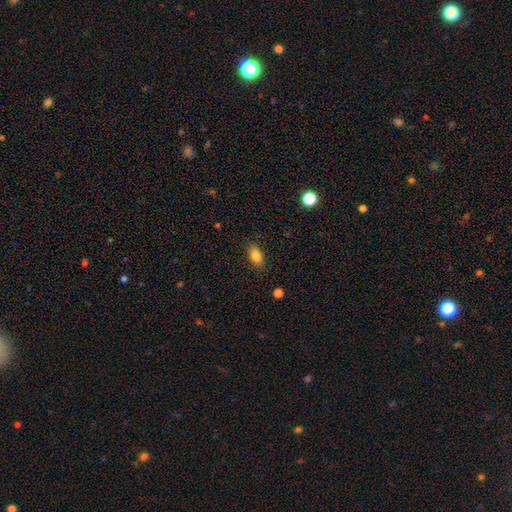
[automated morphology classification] Smooth or featured? smooth (83%)
How rounded? in between (88%)
Merging? none (86%)